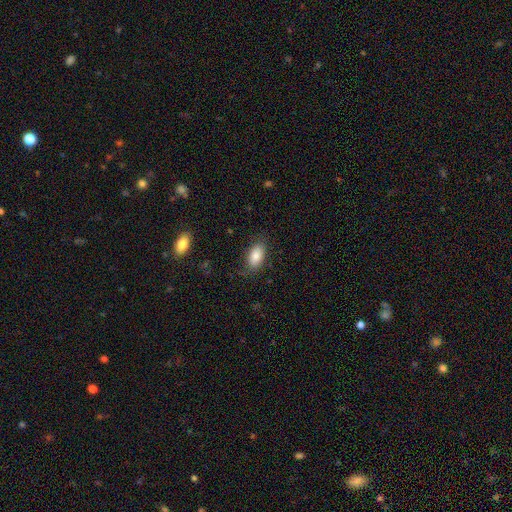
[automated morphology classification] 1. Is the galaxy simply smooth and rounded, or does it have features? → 85% smooth, 8% featured or disk, 7% star or artifact.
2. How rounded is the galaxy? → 93% in between, 4% round, 3% cigar-shaped.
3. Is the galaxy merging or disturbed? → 80% none, 15% minor disturbance, 4% major disturbance, 1% merger.